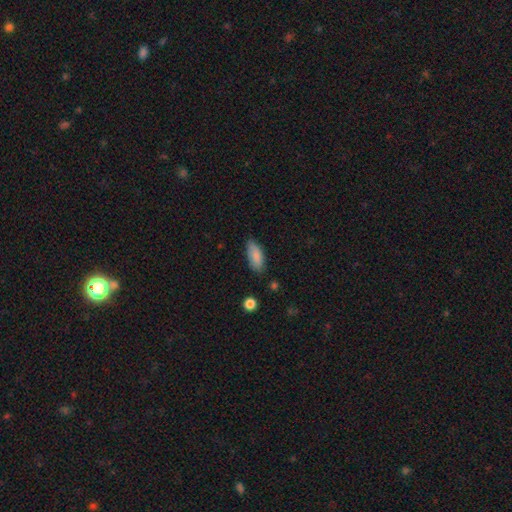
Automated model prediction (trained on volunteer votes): Smooth or featured?
  - smooth: 85% *
  - featured or disk: 9%
  - star or artifact: 7%
How rounded?
  - in between: 83% *
  - cigar-shaped: 15%
  - round: 2%
Merging?
  - none: 75% *
  - minor disturbance: 20%
  - major disturbance: 3%
  - merger: 2%